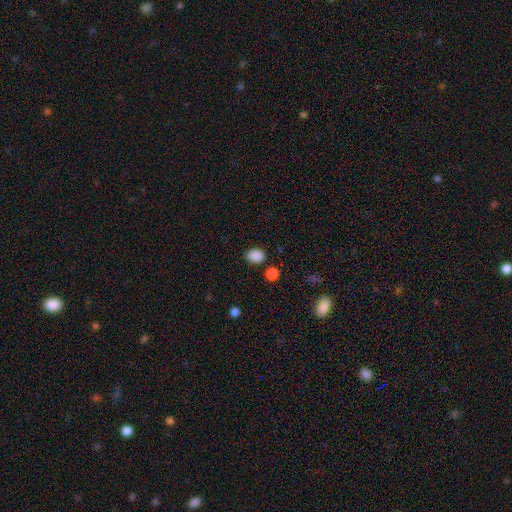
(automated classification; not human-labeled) smooth 87%, star or artifact 10%, featured or disk 3%. Down the decision tree: how rounded — in between (61%); merging — none (79%).